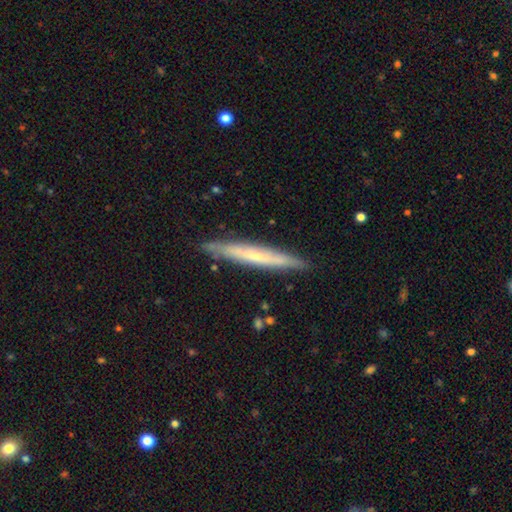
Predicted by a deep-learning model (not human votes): Morphology: type=featured or disk (52%); edge-on=yes (91%); merging=none (87%).